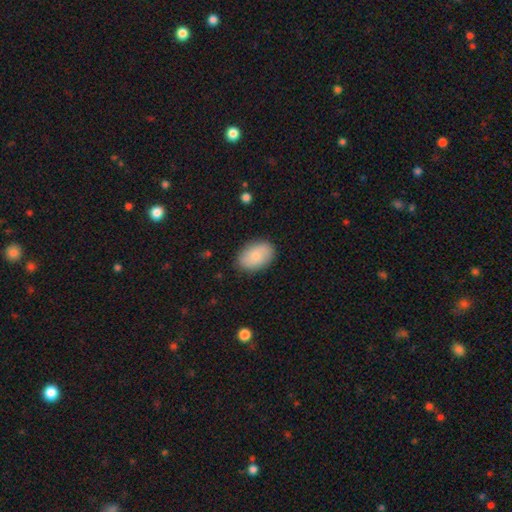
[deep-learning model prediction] Morphology: type=smooth (80%); roundness=in between (89%); merging=none (86%).